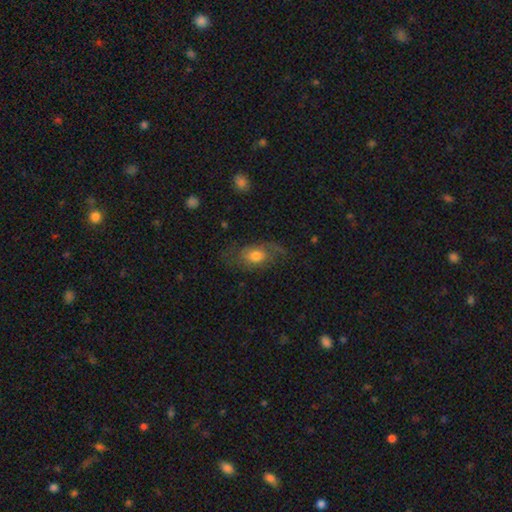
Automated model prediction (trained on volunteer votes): featured or disk 54%, smooth 38%, star or artifact 8%. Down the decision tree: edge-on disk — no (92%); merging — none (56%).